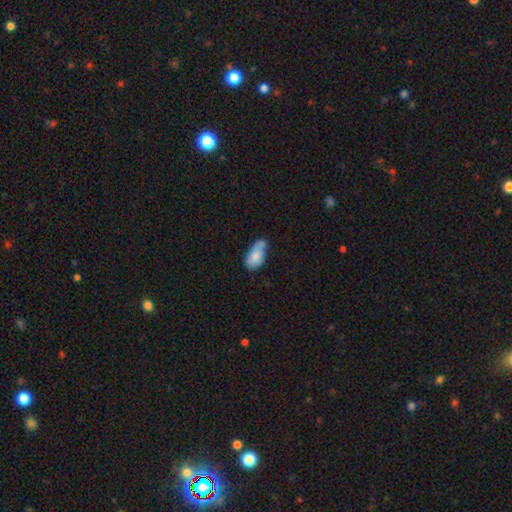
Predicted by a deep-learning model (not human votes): This is likely a smooth galaxy (75%). How rounded: clearly in between (92%). Merging: marginally none (34%).